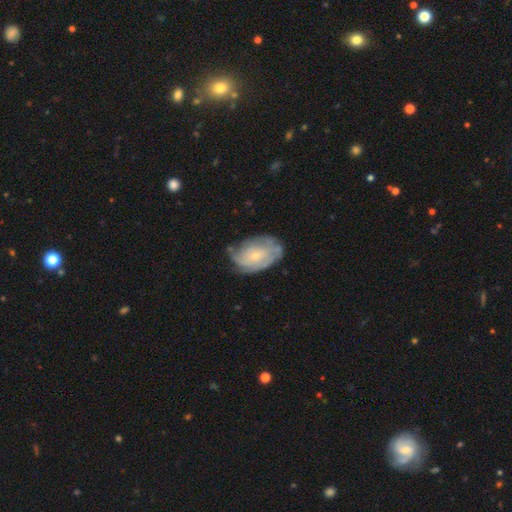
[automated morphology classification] smooth_or_featured: featured or disk (p=0.69) [alt: smooth p=0.25]
disk_edge_on: no (p=0.96) [alt: yes p=0.04]
bar: no (p=0.67) [alt: weak p=0.29]
has_spiral_arms: yes (p=0.84) [alt: no p=0.16]
spiral_winding: tight (p=0.56) [alt: medium p=0.32]
spiral_arm_count: can't tell (p=0.48) [alt: 2 p=0.19]
bulge_size: small (p=0.65) [alt: moderate p=0.28]
merging: none (p=0.57) [alt: minor disturbance p=0.29]